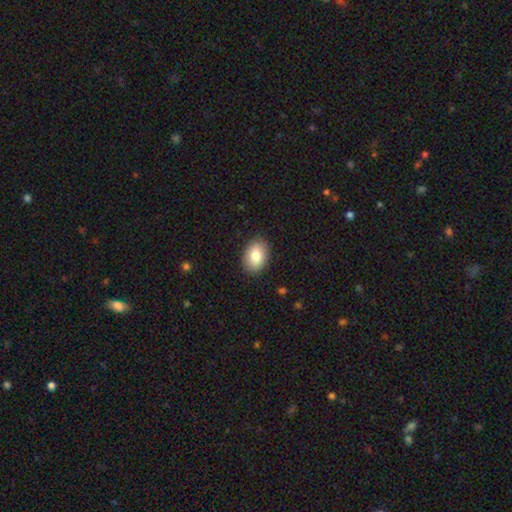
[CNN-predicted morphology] smooth-or-featured: smooth: 81% | featured or disk: 12% | star or artifact: 7%
  how-rounded: in between: 79% | round: 20% | cigar-shaped: 1%
  merging: none: 88% | minor disturbance: 9% | major disturbance: 2% | merger: 1%